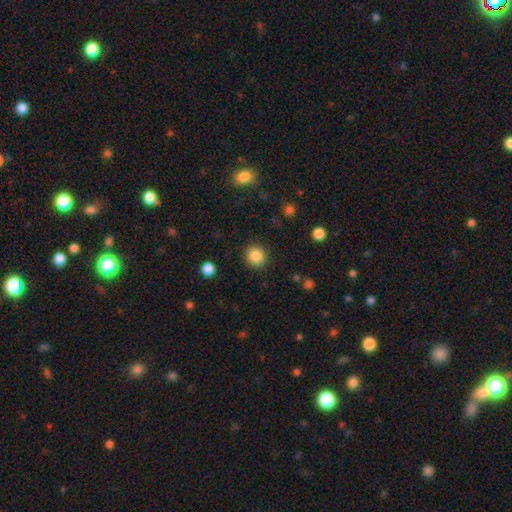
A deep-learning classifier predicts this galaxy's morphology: A smooth galaxy with no disk features (85%) that is round (91%). Merging: none (90%).